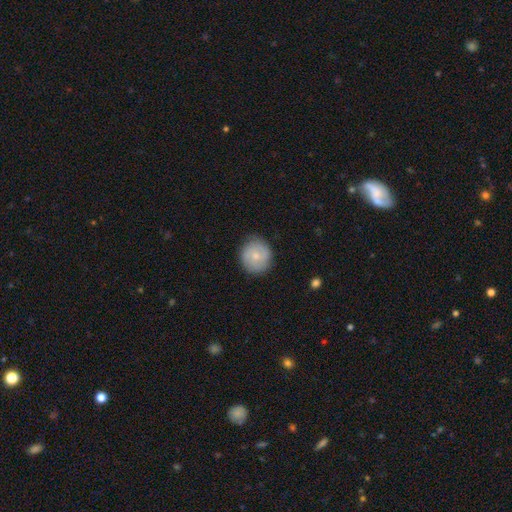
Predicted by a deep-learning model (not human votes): Q: Smooth or featured?
A: smooth (62%); runner-up: featured or disk (31%)
Q: How rounded?
A: round (87%); runner-up: in between (12%)
Q: Merging?
A: none (83%); runner-up: minor disturbance (13%)